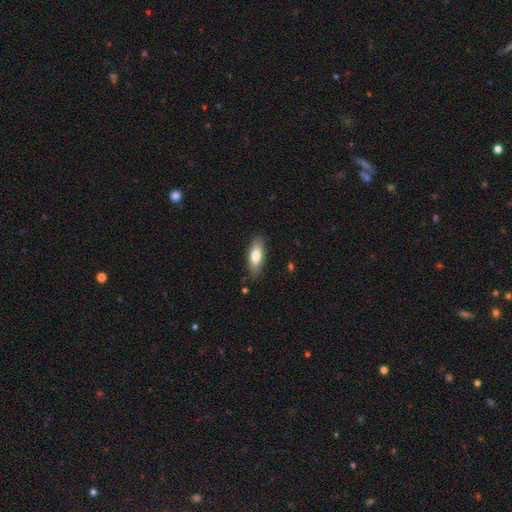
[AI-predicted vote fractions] Morphology: type=smooth (75%); roundness=in between (70%); merging=none (85%).